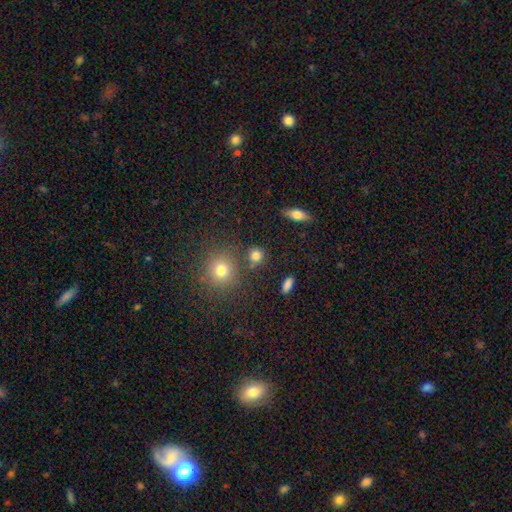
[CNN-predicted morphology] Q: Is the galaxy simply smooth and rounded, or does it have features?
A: smooth — 78%.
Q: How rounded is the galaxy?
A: round — 85%.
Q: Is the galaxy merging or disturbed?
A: none — 76%.